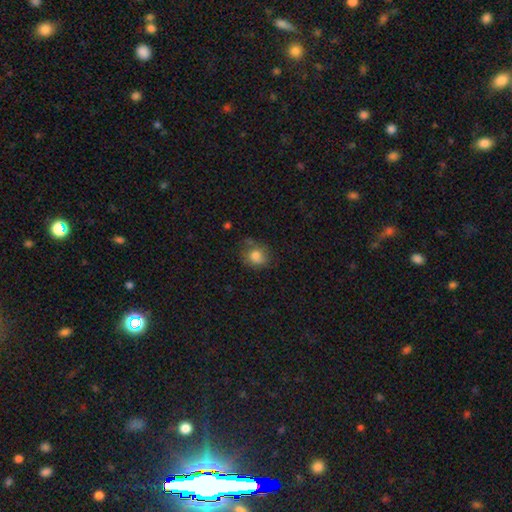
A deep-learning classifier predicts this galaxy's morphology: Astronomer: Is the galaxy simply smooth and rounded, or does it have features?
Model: smooth — 75%.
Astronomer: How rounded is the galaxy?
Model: round — 66%.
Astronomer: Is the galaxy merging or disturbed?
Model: none — 58%.